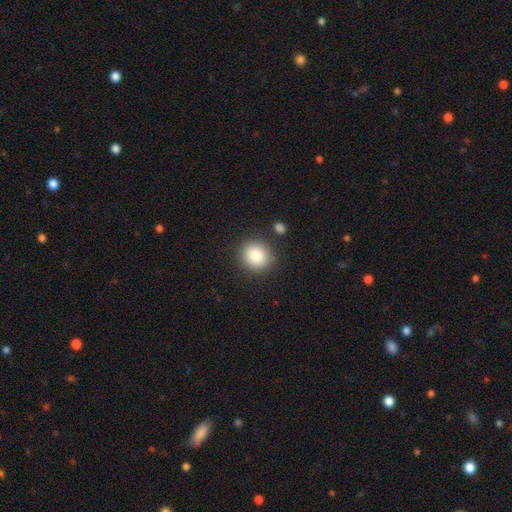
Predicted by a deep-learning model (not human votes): This appears to be a smooth galaxy with no disk features (85%) that is round (87%). Merging: none (86%).